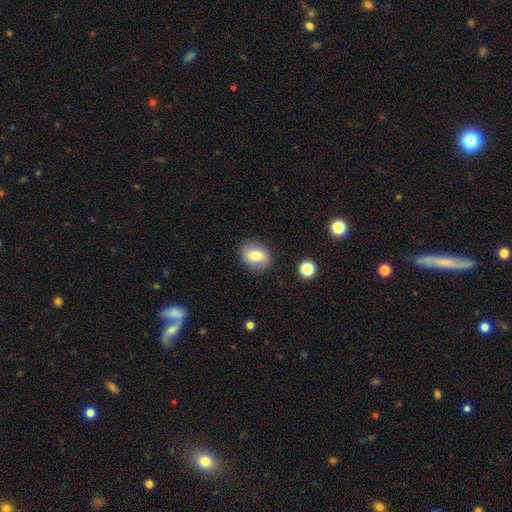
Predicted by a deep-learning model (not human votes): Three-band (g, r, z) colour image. It shows a smooth galaxy with no disk features (71%) that is in between round and cigar-shaped (54%). Merging: none (83%).